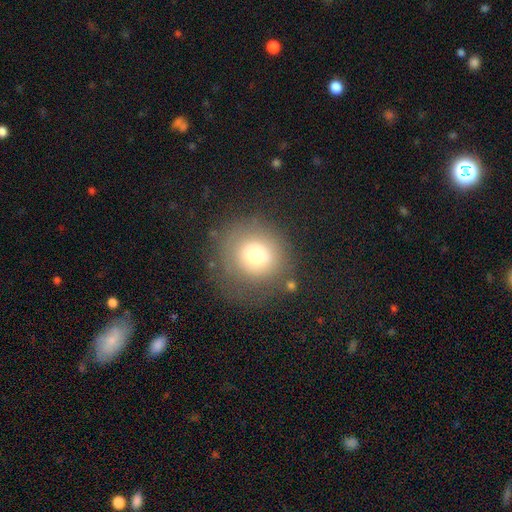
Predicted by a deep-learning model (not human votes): The model was most divided on "smooth or featured": smooth: 68%, featured or disk: 19%, star or artifact: 13%. More confident: how rounded — round (91%); merging — none (72%).